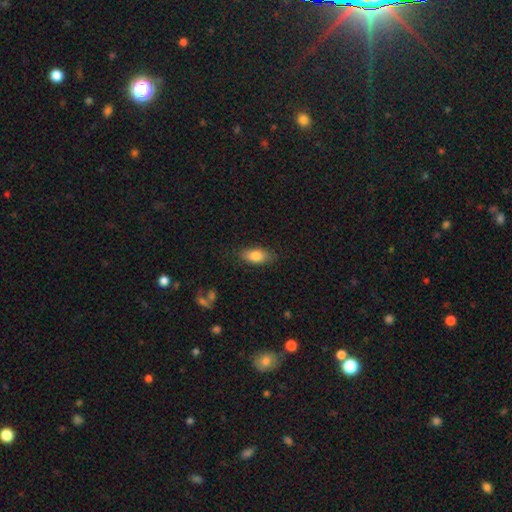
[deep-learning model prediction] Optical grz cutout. It shows a smooth galaxy with no disk features (81%) that is in between round and cigar-shaped (87%). Merging: none (83%).